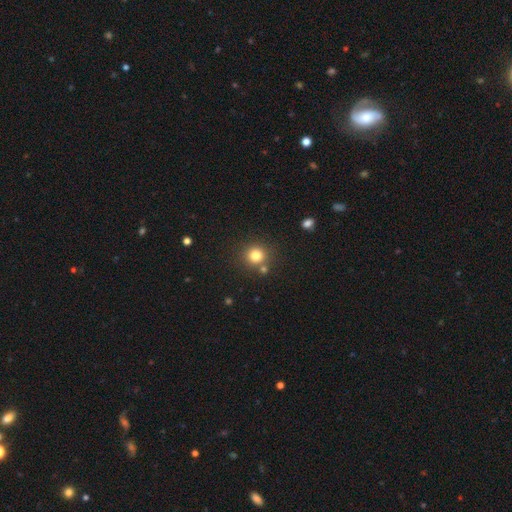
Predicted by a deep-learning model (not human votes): Q: Smooth or featured?
A: smooth (79%); runner-up: star or artifact (14%)
Q: How rounded?
A: round (93%); runner-up: in between (6%)
Q: Merging?
A: none (80%); runner-up: merger (10%)